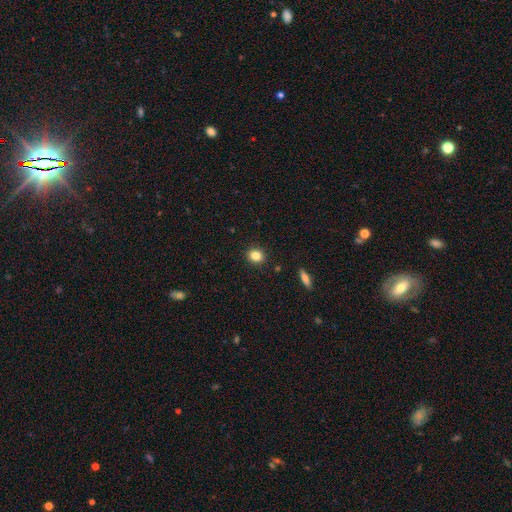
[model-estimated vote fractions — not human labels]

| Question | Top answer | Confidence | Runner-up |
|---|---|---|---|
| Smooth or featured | smooth | 84% | star or artifact (11%) |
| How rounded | round | 66% | in between (32%) |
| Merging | none | 90% | minor disturbance (7%) |